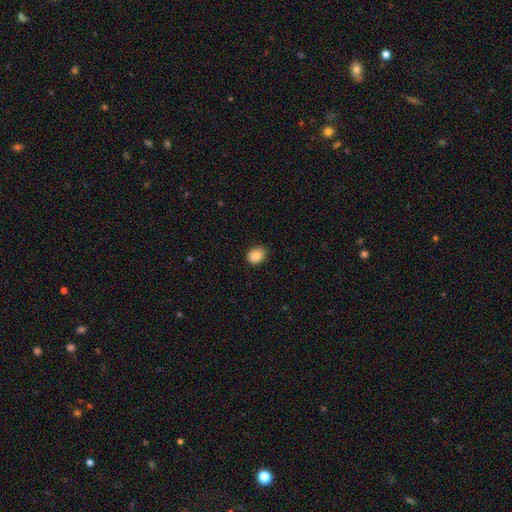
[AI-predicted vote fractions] Smooth or featured?
  - smooth: 86% *
  - star or artifact: 9%
  - featured or disk: 5%
How rounded?
  - round: 56% *
  - in between: 43%
  - cigar-shaped: 1%
Merging?
  - none: 84% *
  - minor disturbance: 13%
  - major disturbance: 2%
  - merger: 1%